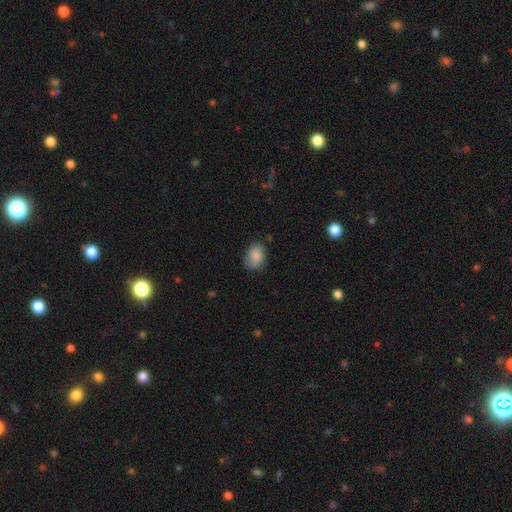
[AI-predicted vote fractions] This is clearly a smooth galaxy (85%). How rounded: likely in between (71%). Merging: likely none (72%).